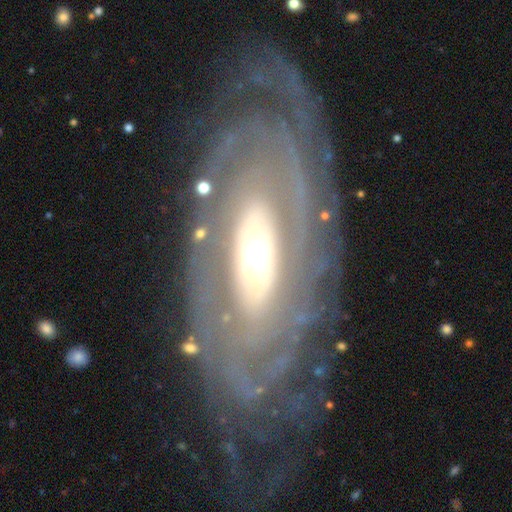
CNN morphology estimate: Smooth or featured? featured or disk (84%)
Edge-on disk? no (88%)
Bar? no (63%)
Spiral arms? yes (76%)
Spiral winding? tight (70%)
Spiral arm count? can't tell (48%)
Bulge size? moderate (61%)
Merging? none (73%)